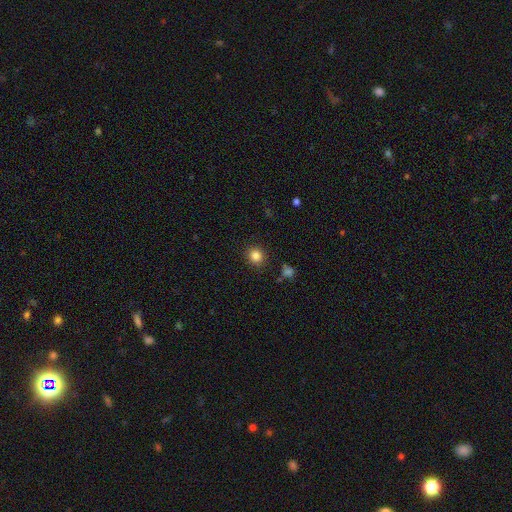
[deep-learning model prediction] A smooth galaxy with no disk features (84%) that is round (85%).

Vote fractions:
- Smooth or featured? smooth: 84% / star or artifact: 11% / featured or disk: 4%
- How rounded? round: 85% / in between: 14% / cigar-shaped: 1%
- Merging? none: 89% / minor disturbance: 7% / major disturbance: 2% / merger: 2%